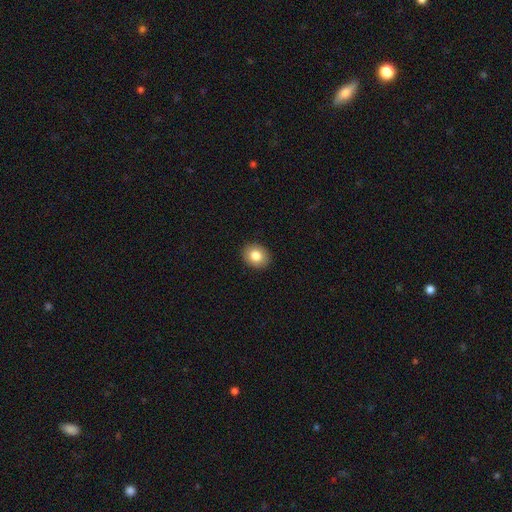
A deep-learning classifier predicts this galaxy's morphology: smooth 83%, star or artifact 9%, featured or disk 9%. Down the decision tree: how rounded — round (57%); merging — none (91%).